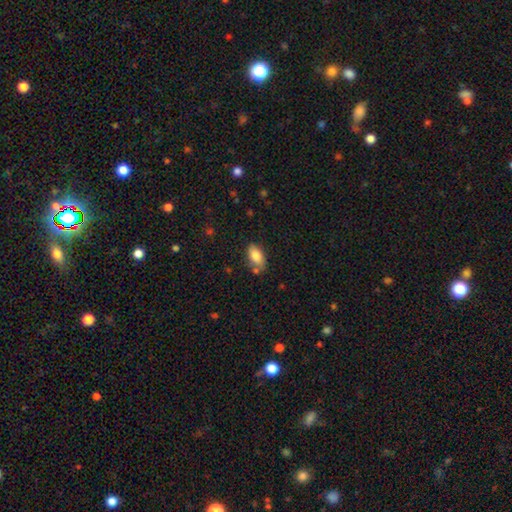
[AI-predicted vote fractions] This appears to be a smooth galaxy with no disk features (83%) that is in between round and cigar-shaped (91%). Merging: none (71%).